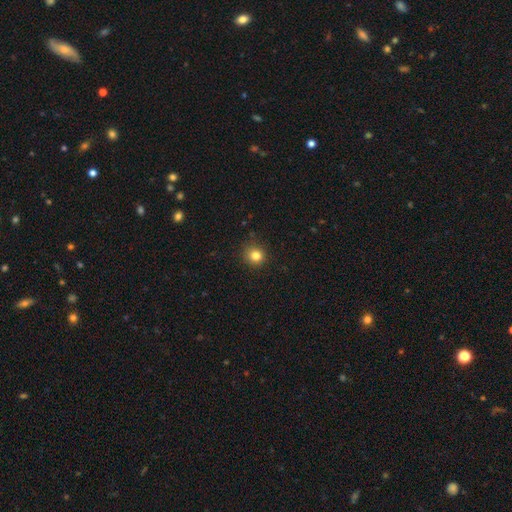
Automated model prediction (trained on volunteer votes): The model was most divided on "smooth or featured": smooth: 83%, star or artifact: 12%, featured or disk: 5%. More confident: how rounded — round (91%); merging — none (88%).